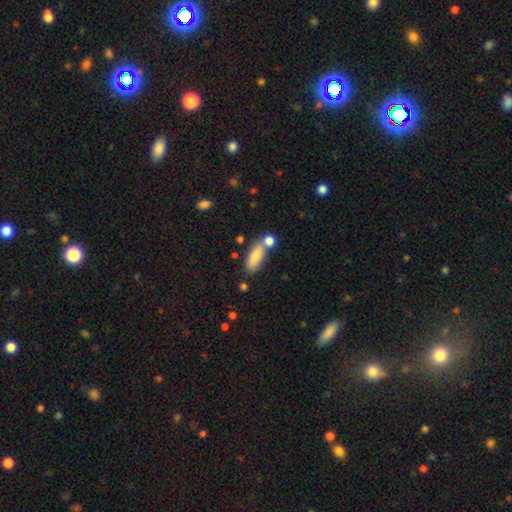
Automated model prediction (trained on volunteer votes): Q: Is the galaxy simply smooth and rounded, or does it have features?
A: smooth — 81%.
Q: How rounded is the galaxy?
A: in between — 72%.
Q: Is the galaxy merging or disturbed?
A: none — 57%.